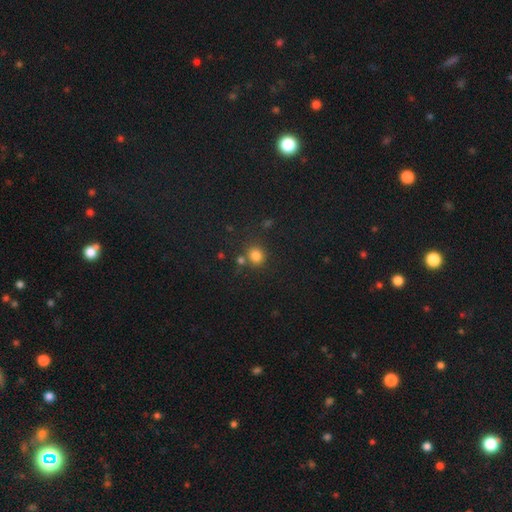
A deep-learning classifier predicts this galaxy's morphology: Smooth or featured? Predicted: smooth (p=0.80). How rounded? Predicted: round (p=0.85). Merging? Predicted: none (p=0.71).